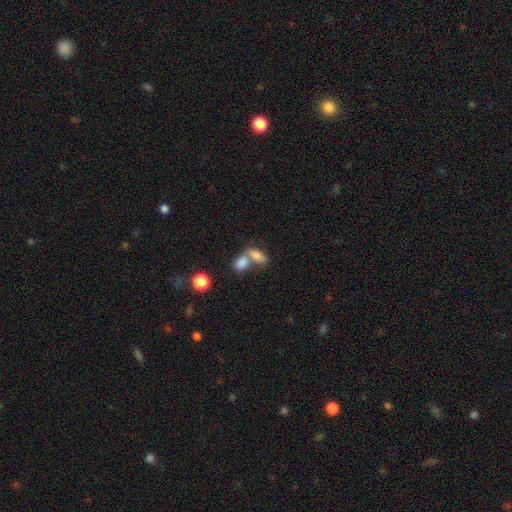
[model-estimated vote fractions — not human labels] A smooth galaxy with no disk features (78%) that is in between round and cigar-shaped (82%).

Vote fractions:
- Smooth or featured? smooth: 78% / featured or disk: 13% / star or artifact: 9%
- How rounded? in between: 82% / round: 10% / cigar-shaped: 8%
- Merging? merger: 60% / none: 28% / minor disturbance: 8% / major disturbance: 4%